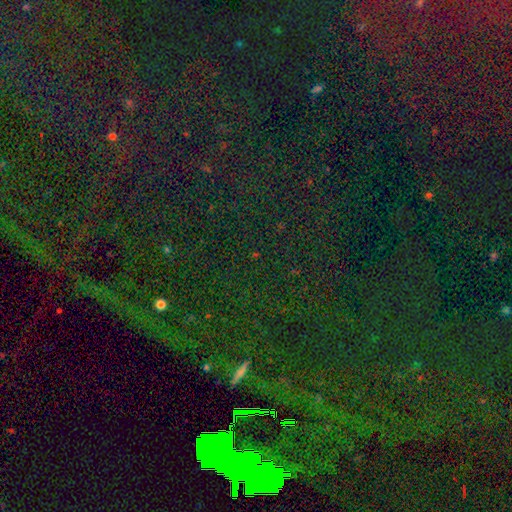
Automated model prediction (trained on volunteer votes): Overall: star or artifact (84%).